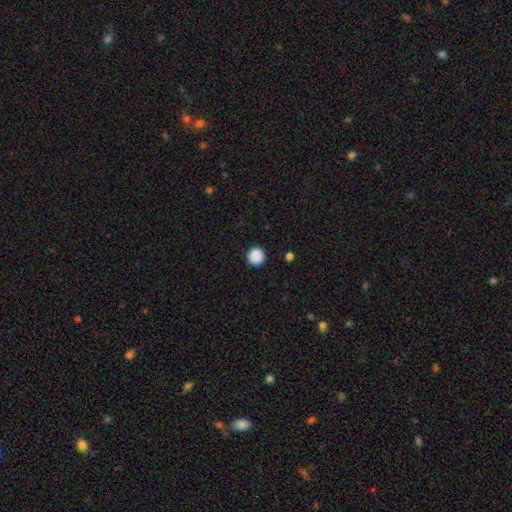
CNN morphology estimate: type=smooth (88%); roundness=round (95%); merging=none (90%).